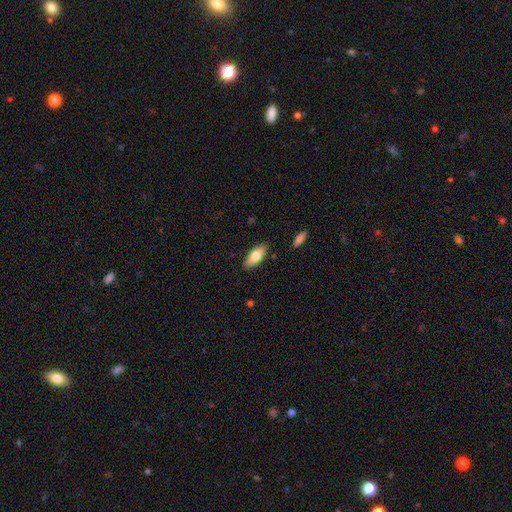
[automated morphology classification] smooth 75%, featured or disk 18%, star or artifact 6%. Down the decision tree: how rounded — in between (83%); merging — none (86%).